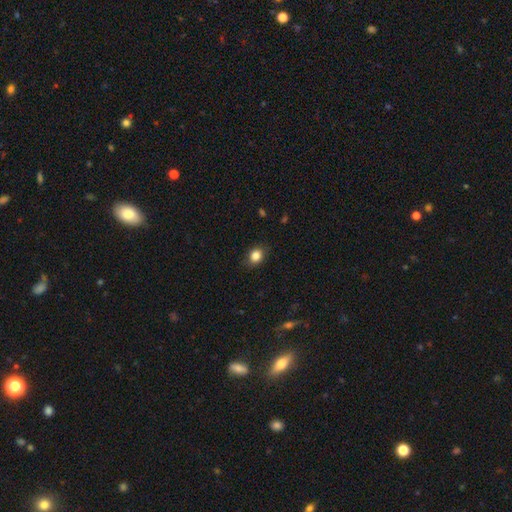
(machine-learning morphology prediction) smooth 84%, star or artifact 10%, featured or disk 6%. Down the decision tree: how rounded — in between (52%); merging — none (83%).